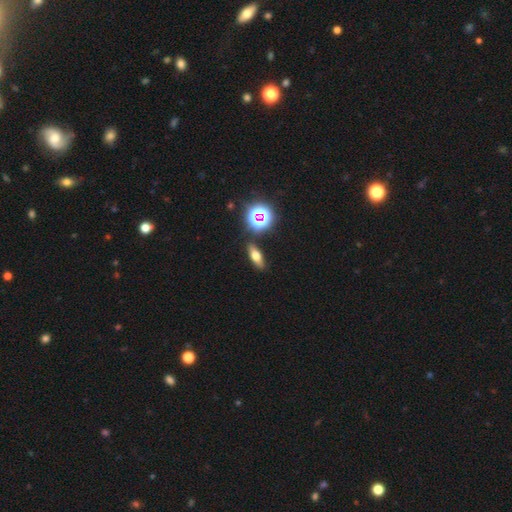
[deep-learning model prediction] This is possibly a smooth galaxy (55%). How rounded: possibly in between (55%). Merging: clearly none (86%).